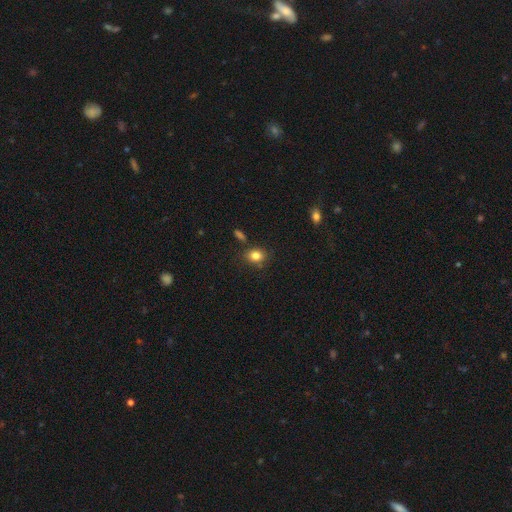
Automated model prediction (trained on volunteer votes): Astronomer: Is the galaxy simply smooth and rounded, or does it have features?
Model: smooth — 83%.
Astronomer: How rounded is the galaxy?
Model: in between — 51% (runner-up: round, 48%).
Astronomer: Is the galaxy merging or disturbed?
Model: none — 77%.